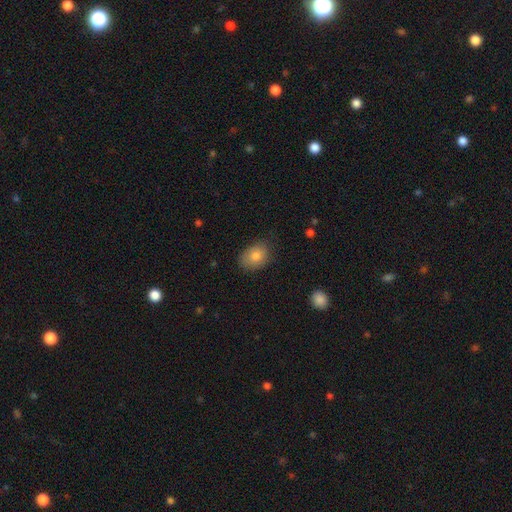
Smooth or featured: smooth — 83% (featured or disk — 14%)
How rounded: round — 53% (in between — 47%)
Merging: none — 69% (minor disturbance — 26%)